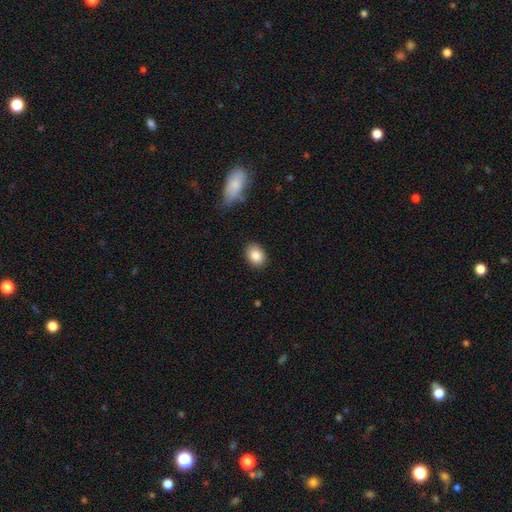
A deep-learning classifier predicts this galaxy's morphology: Smooth or featured? Predicted: smooth (p=0.86). How rounded? Predicted: in between (p=0.66). Merging? Predicted: none (p=0.87).